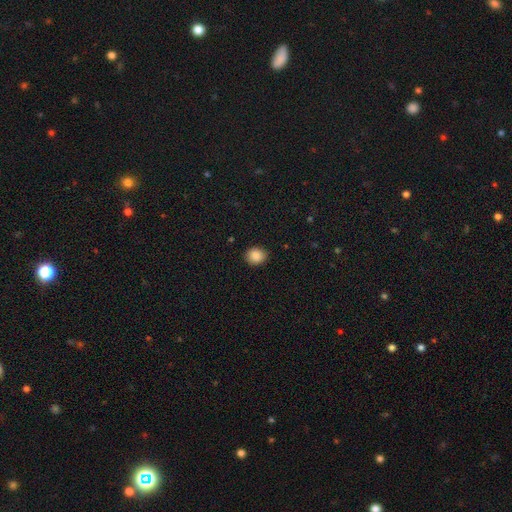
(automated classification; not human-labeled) Q: Smooth or featured?
A: smooth (88%); runner-up: star or artifact (9%)
Q: How rounded?
A: round (67%); runner-up: in between (32%)
Q: Merging?
A: none (88%); runner-up: minor disturbance (9%)